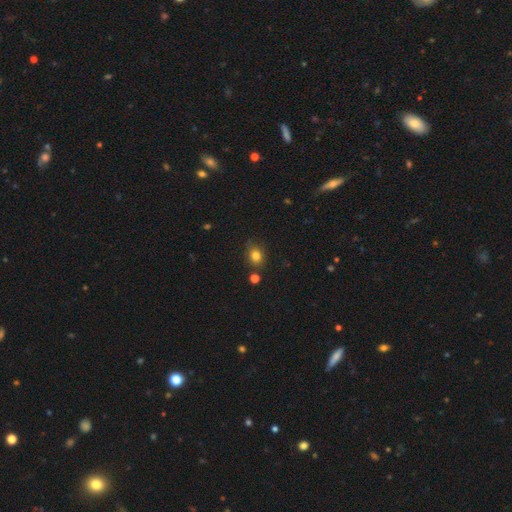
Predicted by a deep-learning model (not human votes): Q: Smooth or featured?
A: smooth (81%); runner-up: star or artifact (13%)
Q: How rounded?
A: round (59%); runner-up: in between (40%)
Q: Merging?
A: none (77%); runner-up: minor disturbance (15%)